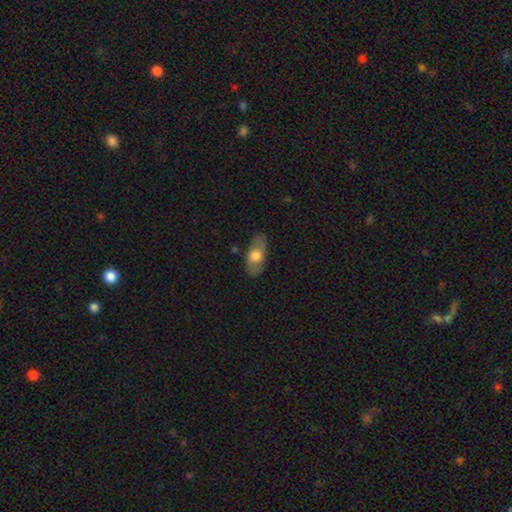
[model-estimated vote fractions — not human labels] This appears to be a smooth galaxy with no disk features (63%) that is in between round and cigar-shaped (86%). Merging: none (78%).